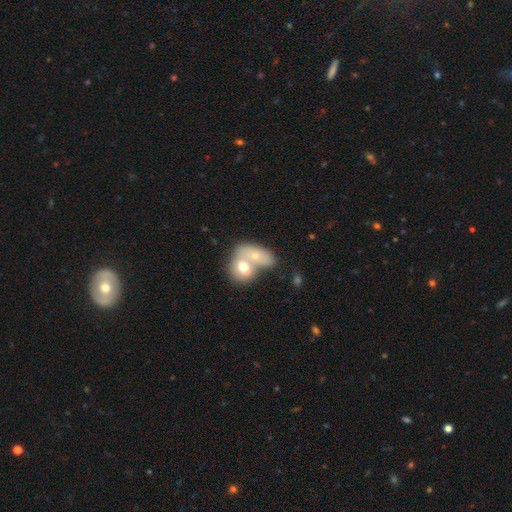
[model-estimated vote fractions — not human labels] Smooth or featured? Predicted: smooth (p=0.66). How rounded? Predicted: in between (p=0.73). Merging? Predicted: merger (p=0.75).